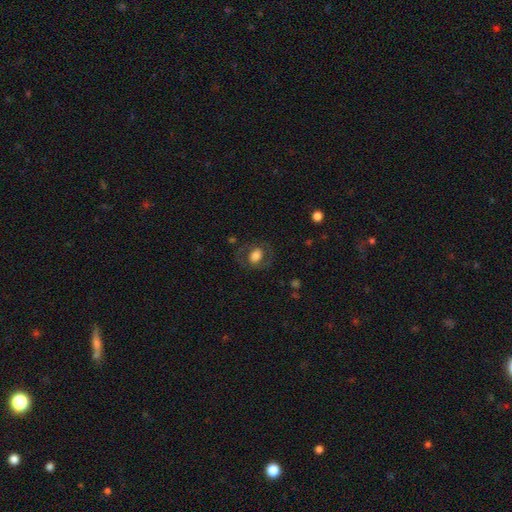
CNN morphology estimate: Smooth or featured? smooth (60%)
How rounded? in between (58%)
Merging? none (72%)